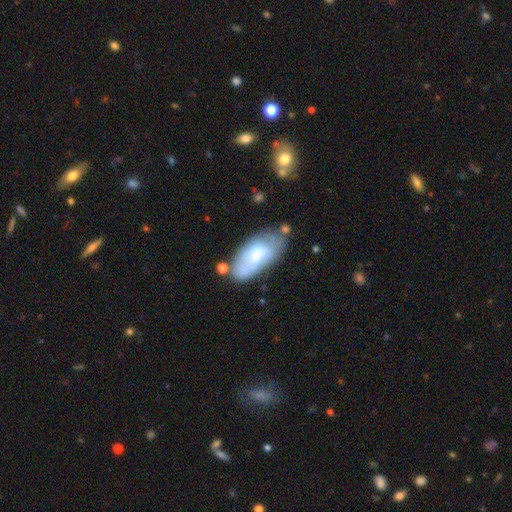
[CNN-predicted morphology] This appears to be a smooth galaxy with no disk features (62%) that is in between round and cigar-shaped (90%). Merging: none (57%).